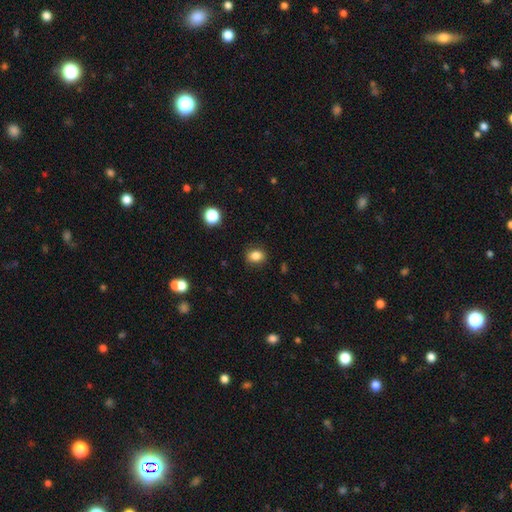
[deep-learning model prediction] This appears to be a smooth galaxy with no disk features (84%) that is in between round and cigar-shaped (58%). Merging: none (87%).